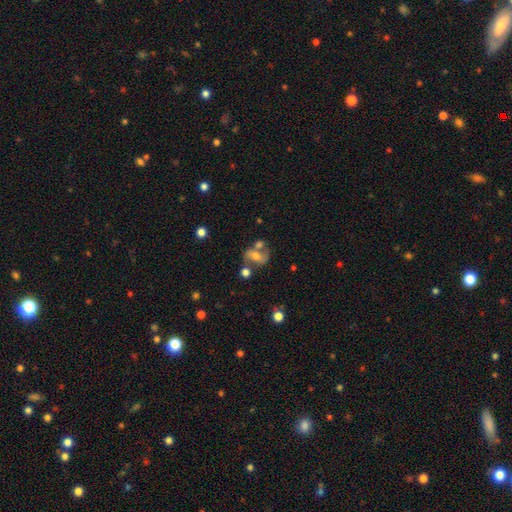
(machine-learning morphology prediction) Smooth or featured: featured or disk — 47% (smooth — 43%)
Merging: none — 45% (merger — 30%)